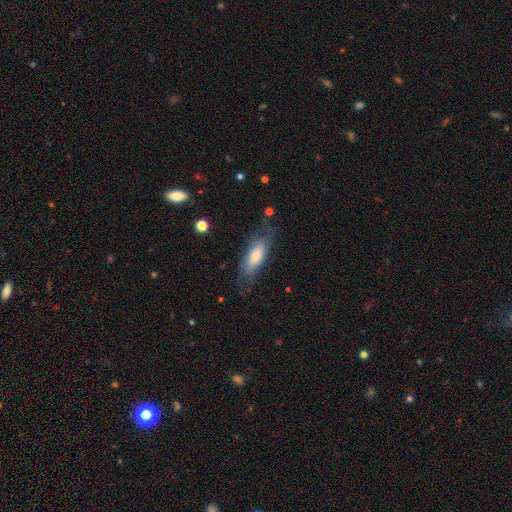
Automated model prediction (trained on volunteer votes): Smooth or featured?
  - smooth: 63% *
  - featured or disk: 31%
  - star or artifact: 7%
How rounded?
  - in between: 69% *
  - cigar-shaped: 29%
  - round: 2%
Merging?
  - none: 64% *
  - minor disturbance: 23%
  - major disturbance: 12%
  - merger: 2%